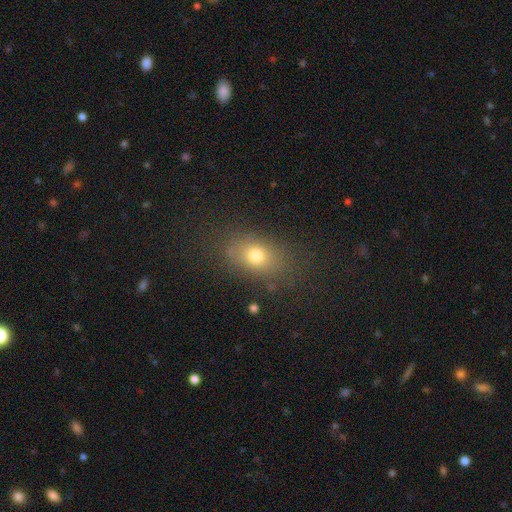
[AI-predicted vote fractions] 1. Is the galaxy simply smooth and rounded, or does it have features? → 73% smooth, 15% star or artifact, 12% featured or disk.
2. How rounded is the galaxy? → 71% in between, 27% round, 3% cigar-shaped.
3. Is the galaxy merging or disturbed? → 79% none, 14% minor disturbance, 6% major disturbance, 2% merger.